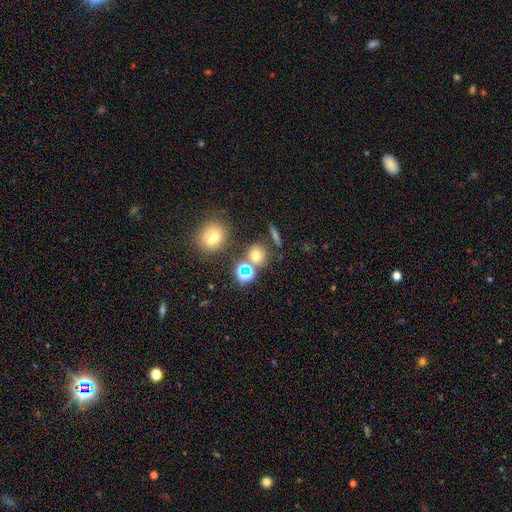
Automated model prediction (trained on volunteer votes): Smooth or featured: smooth — 64% (star or artifact — 26%)
How rounded: round — 82% (in between — 16%)
Merging: none — 71% (merger — 16%)